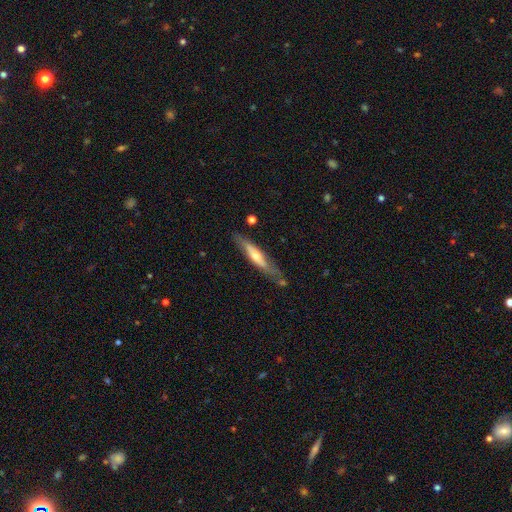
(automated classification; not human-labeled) Morphology: type=featured or disk (62%); edge-on=yes (79%); merging=none (71%).